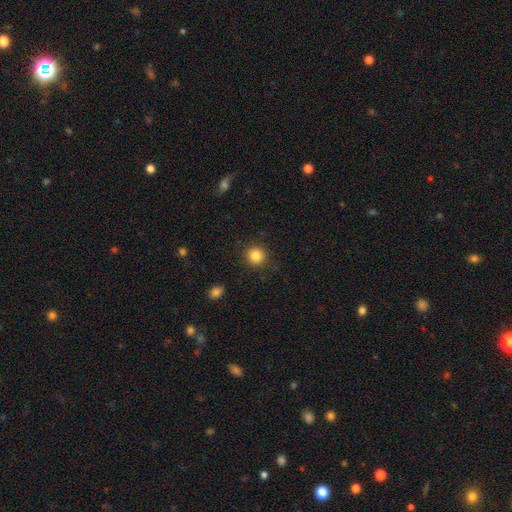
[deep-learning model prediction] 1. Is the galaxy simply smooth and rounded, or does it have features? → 85% smooth, 11% star or artifact, 5% featured or disk.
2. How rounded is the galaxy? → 93% round, 6% in between, 1% cigar-shaped.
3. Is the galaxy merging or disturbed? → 90% none, 6% minor disturbance, 2% major disturbance, 1% merger.